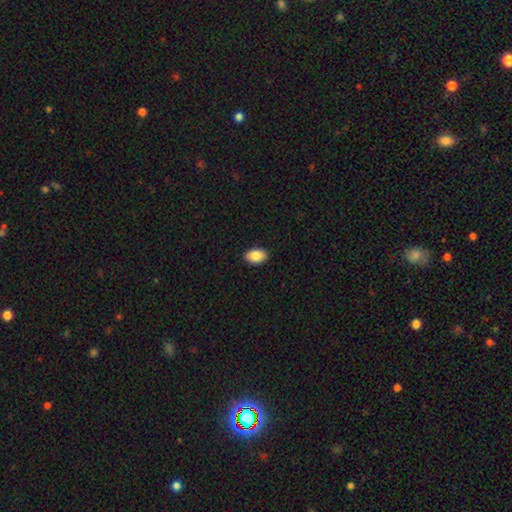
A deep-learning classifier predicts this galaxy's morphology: smooth 86%, star or artifact 7%, featured or disk 6%. Down the decision tree: how rounded — in between (89%); merging — none (90%).